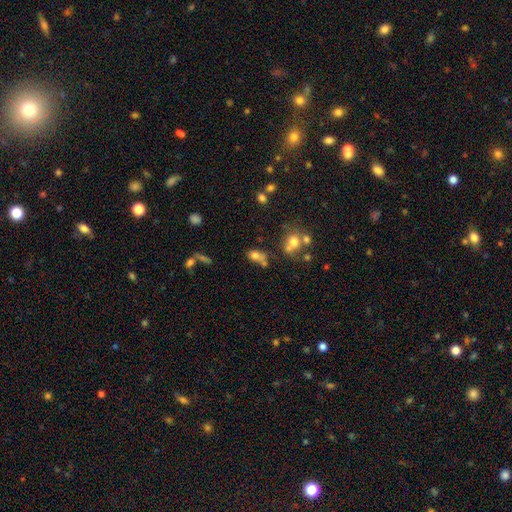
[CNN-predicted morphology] smooth_or_featured: smooth (p=0.70) [alt: featured or disk p=0.16]
how_rounded: in between (p=0.70) [alt: round p=0.24]
merging: none (p=0.39) [alt: merger p=0.34]